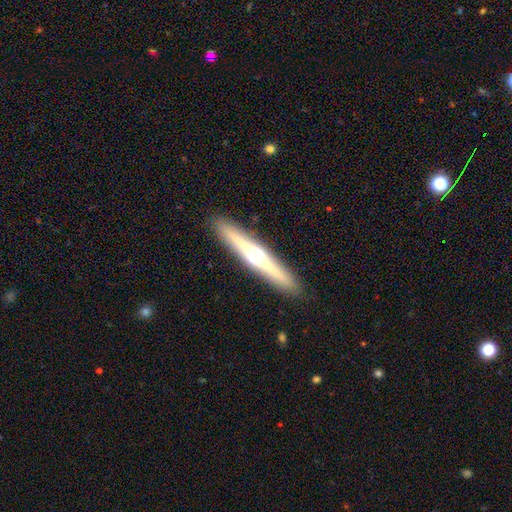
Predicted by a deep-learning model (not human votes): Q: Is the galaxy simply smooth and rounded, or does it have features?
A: featured or disk — 69%.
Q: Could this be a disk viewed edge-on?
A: yes — 97%.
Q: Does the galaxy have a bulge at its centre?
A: rounded — 92%.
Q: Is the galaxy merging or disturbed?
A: none — 91%.